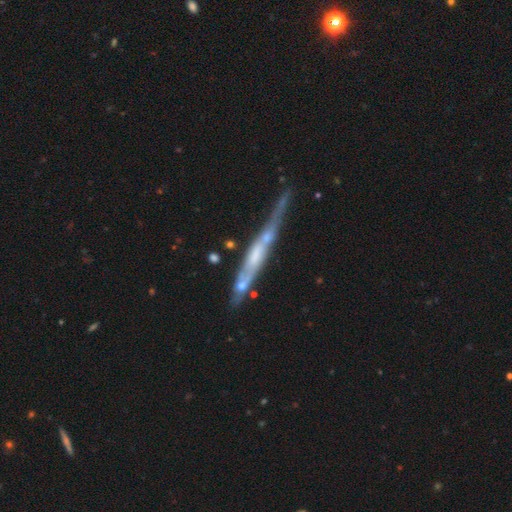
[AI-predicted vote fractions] smooth-or-featured: featured or disk: 71% | smooth: 21% | star or artifact: 8%
  disk-edge-on: yes: 88% | no: 12%
    edge-on-bulge: none: 49% | rounded: 29% | boxy: 22%
  merging: none: 55% | minor disturbance: 24% | merger: 11% | major disturbance: 10%